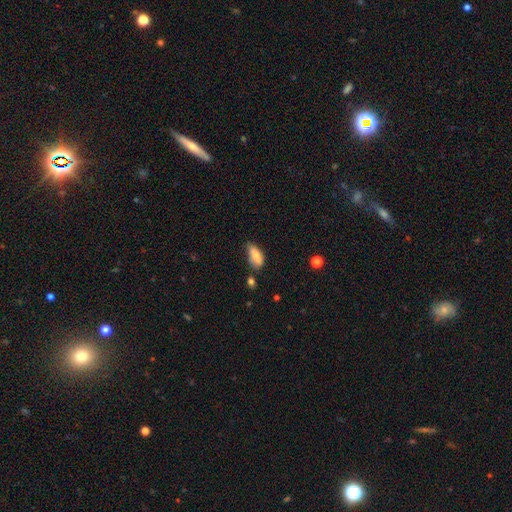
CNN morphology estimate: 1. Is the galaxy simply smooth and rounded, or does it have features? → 76% smooth, 16% featured or disk, 8% star or artifact.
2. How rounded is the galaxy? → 87% in between, 9% cigar-shaped, 3% round.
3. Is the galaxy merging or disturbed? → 41% none (tied), 41% minor disturbance (tied), 11% major disturbance, 7% merger.